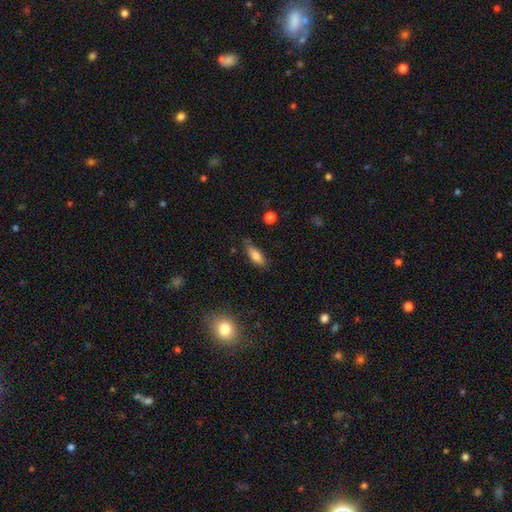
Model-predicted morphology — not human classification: smooth_or_featured: smooth (p=0.77) [alt: featured or disk p=0.15]
how_rounded: in between (p=0.59) [alt: cigar-shaped p=0.38]
merging: none (p=0.76) [alt: minor disturbance p=0.19]